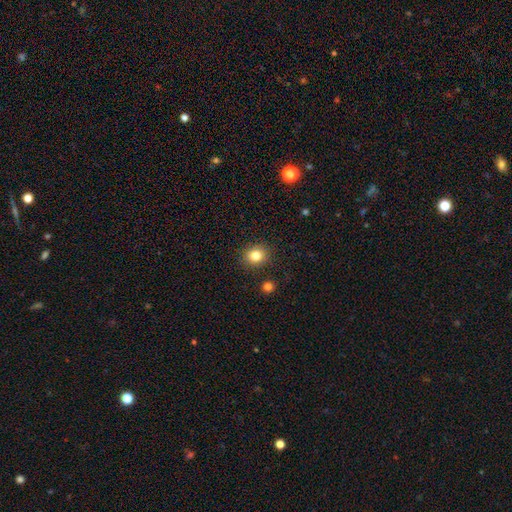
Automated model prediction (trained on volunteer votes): The model was most divided on "how rounded": round: 76%, in between: 23%, cigar-shaped: 1%. More confident: merging — none (89%); smooth or featured — smooth (82%).